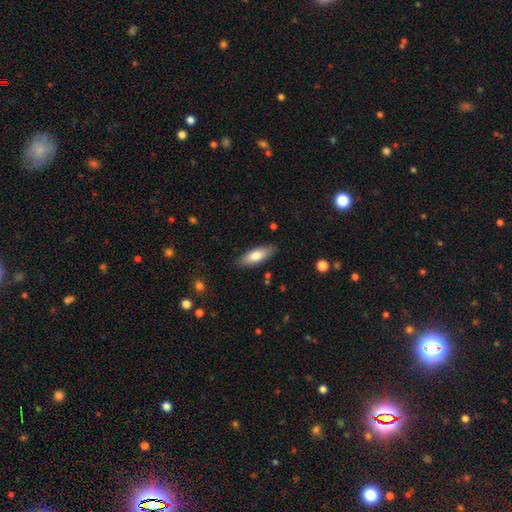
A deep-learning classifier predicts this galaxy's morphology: smooth 75%, featured or disk 19%, star or artifact 6%. Down the decision tree: how rounded — in between (64%); merging — none (86%).